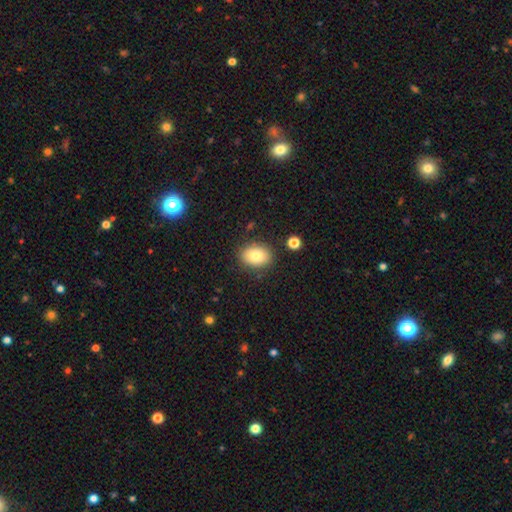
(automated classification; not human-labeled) Smooth or featured?
  - smooth: 81% *
  - featured or disk: 10%
  - star or artifact: 9%
How rounded?
  - in between: 67% *
  - round: 32%
  - cigar-shaped: 1%
Merging?
  - none: 84% *
  - minor disturbance: 10%
  - major disturbance: 3%
  - merger: 3%